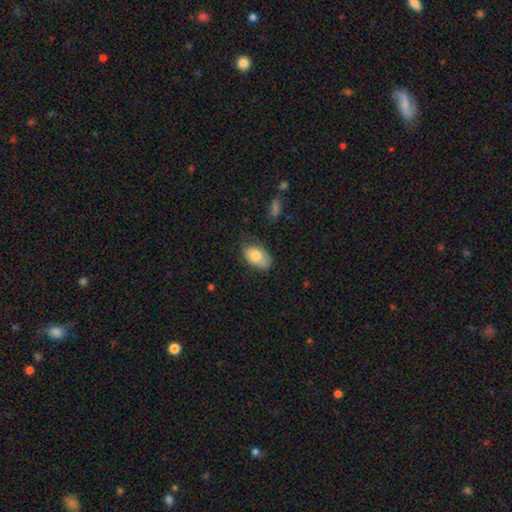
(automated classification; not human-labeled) A smooth galaxy with no disk features (78%) that is in between round and cigar-shaped (91%).

Vote fractions:
- Smooth or featured? smooth: 78% / featured or disk: 15% / star or artifact: 7%
- How rounded? in between: 91% / round: 8% / cigar-shaped: 1%
- Merging? none: 62% / minor disturbance: 29% / major disturbance: 7% / merger: 3%